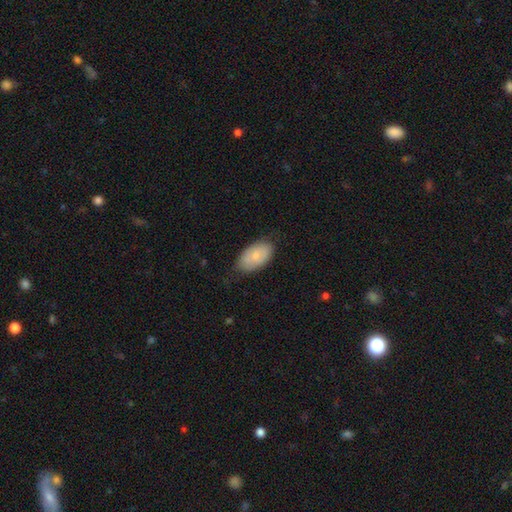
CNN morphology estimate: Smooth or featured? smooth (75%)
How rounded? in between (94%)
Merging? none (70%)